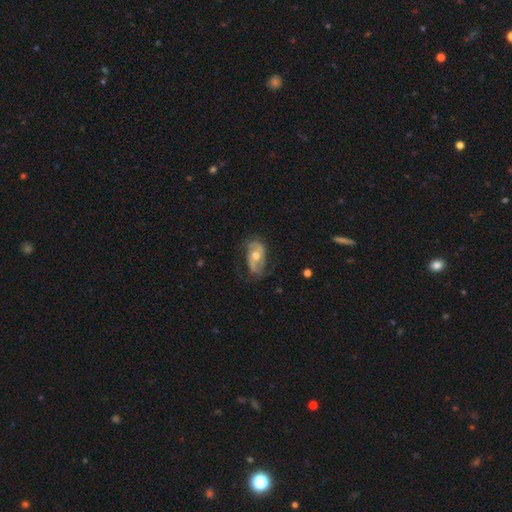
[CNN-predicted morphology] A featured or disk galaxy (77%) with no bar (54%), 2 (85%) medium (43%) spiral arms (90%) and a moderate central bulge (69%).

Vote fractions:
- Smooth or featured? featured or disk: 77% / smooth: 16% / star or artifact: 7%
- Edge-on disk? no: 95% / yes: 5%
- Bar? no: 54% / weak: 35% / strong: 11%
- Spiral arms? yes: 90% / no: 10%
- Spiral winding? medium: 43% / loose: 39% / tight: 19%
- Spiral arm count? 2: 85% / can't tell: 8% / 1: 3% / 3: 2% / 4: 1% / more than 4: 1%
- Bulge size? moderate: 69% / small: 20% / large: 8% / none: 2% / dominant: 1%
- Merging? none: 67% / minor disturbance: 22% / major disturbance: 10% / merger: 2%